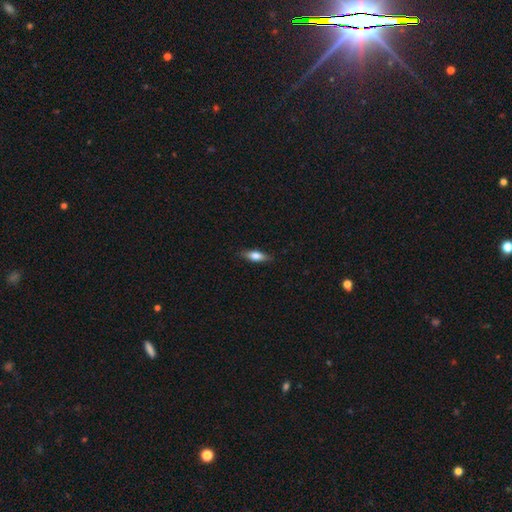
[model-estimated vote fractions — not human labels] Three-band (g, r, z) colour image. It shows a smooth galaxy with no disk features (59%) that is in between round and cigar-shaped (53%). Merging: none (87%).